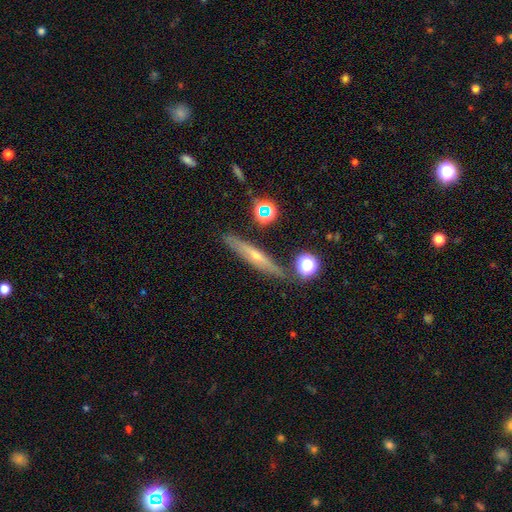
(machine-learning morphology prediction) smooth_or_featured: featured or disk (p=0.61) [alt: smooth p=0.28]
disk_edge_on: yes (p=0.90) [alt: no p=0.10]
edge_on_bulge: rounded (p=0.72) [alt: none p=0.24]
merging: none (p=0.84) [alt: minor disturbance p=0.10]